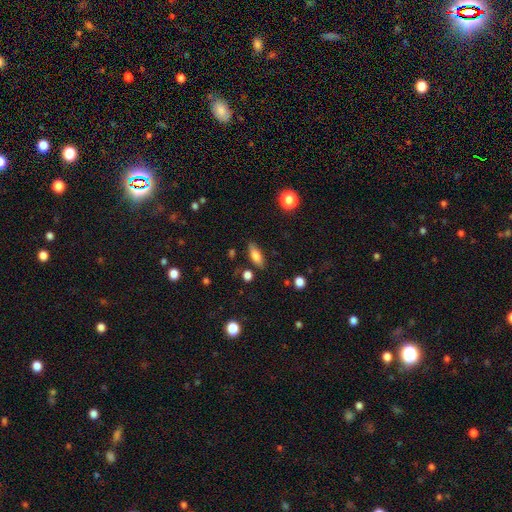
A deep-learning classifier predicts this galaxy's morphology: This appears to be a smooth galaxy with no disk features (78%) that is in between round and cigar-shaped (75%). Merging: none (80%).